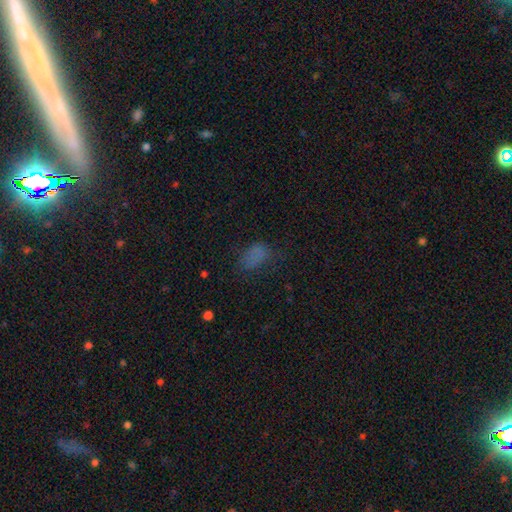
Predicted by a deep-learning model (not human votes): Smooth or featured: smooth — 69% (star or artifact — 19%)
How rounded: in between — 87% (round — 9%)
Merging: none — 51% (minor disturbance — 25%)